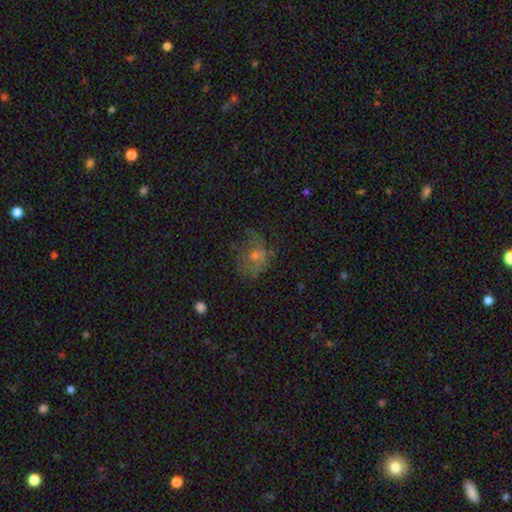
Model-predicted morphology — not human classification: This is possibly a smooth galaxy (45%). Merging: marginally none (41%).